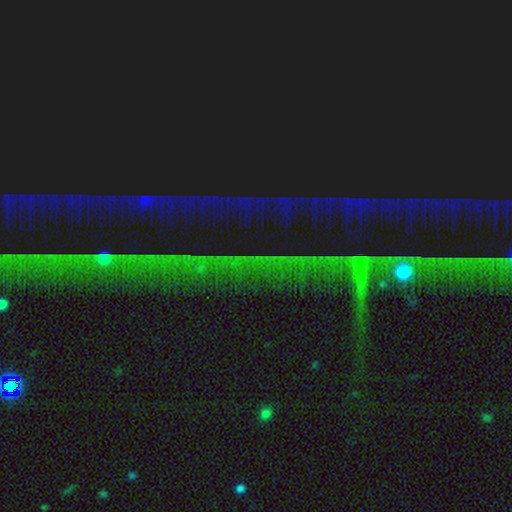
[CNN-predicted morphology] type=star or artifact (78%).